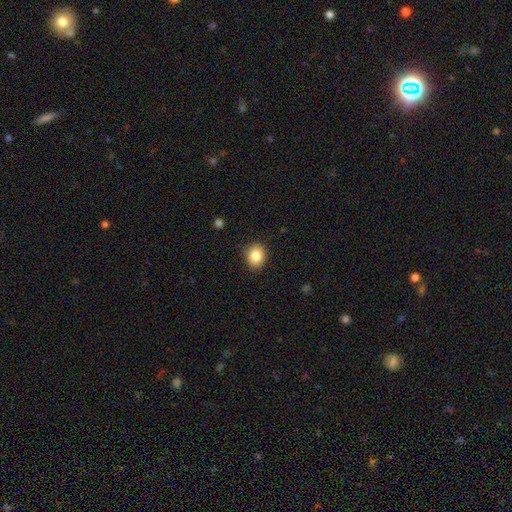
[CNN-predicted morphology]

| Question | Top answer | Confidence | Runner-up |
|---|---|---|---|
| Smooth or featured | smooth | 85% | star or artifact (9%) |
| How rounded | round | 56% | in between (43%) |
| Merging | none | 86% | minor disturbance (10%) |